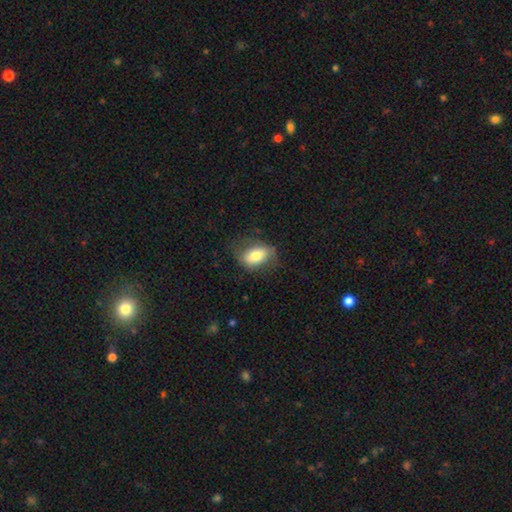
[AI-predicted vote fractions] Smooth or featured?
  - smooth: 71% *
  - featured or disk: 22%
  - star or artifact: 7%
How rounded?
  - in between: 85% *
  - round: 13%
  - cigar-shaped: 2%
Merging?
  - none: 65% *
  - minor disturbance: 23%
  - major disturbance: 11%
  - merger: 1%